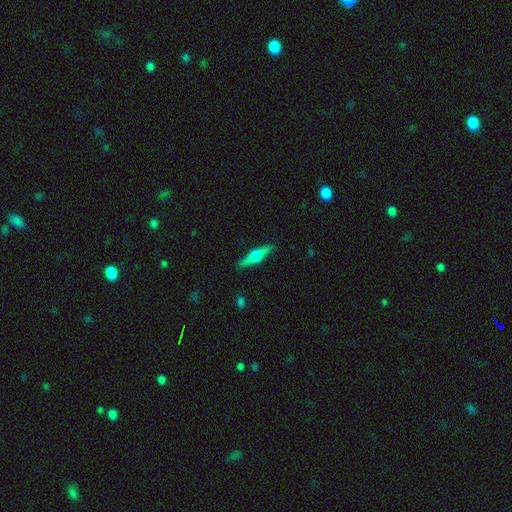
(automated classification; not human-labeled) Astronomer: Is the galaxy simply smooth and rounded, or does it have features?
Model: featured or disk — 65%.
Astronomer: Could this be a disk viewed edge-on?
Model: yes — 97%.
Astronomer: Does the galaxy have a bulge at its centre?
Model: rounded — 93%.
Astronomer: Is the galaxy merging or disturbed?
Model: none — 89%.